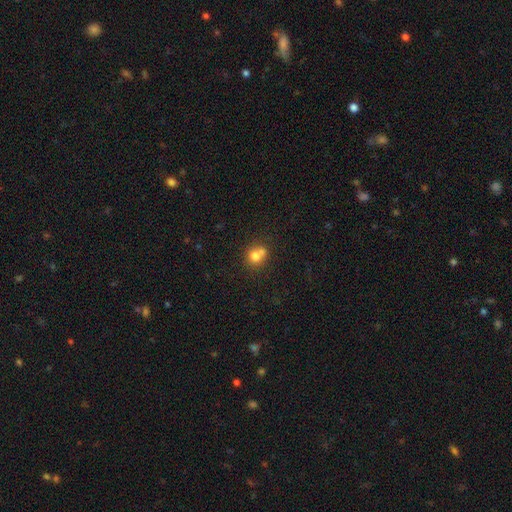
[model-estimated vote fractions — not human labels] Smooth or featured?
  - smooth: 75% *
  - featured or disk: 14%
  - star or artifact: 12%
How rounded?
  - round: 81% *
  - in between: 19%
  - cigar-shaped: 1%
Merging?
  - merger: 45% *
  - none: 42%
  - minor disturbance: 9%
  - major disturbance: 3%